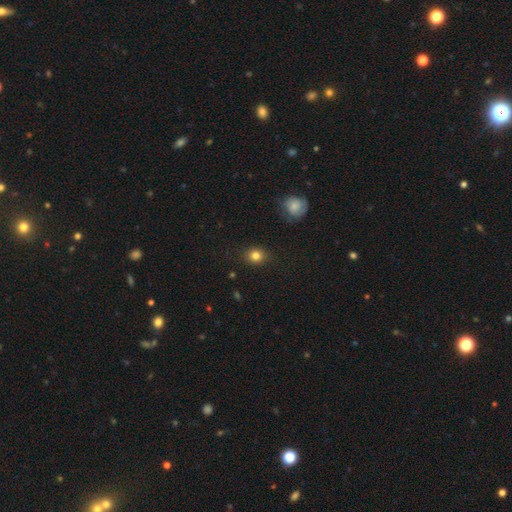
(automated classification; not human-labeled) smooth_or_featured: smooth (p=0.82) [alt: star or artifact p=0.12]
how_rounded: round (p=0.69) [alt: in between p=0.30]
merging: none (p=0.86) [alt: minor disturbance p=0.10]